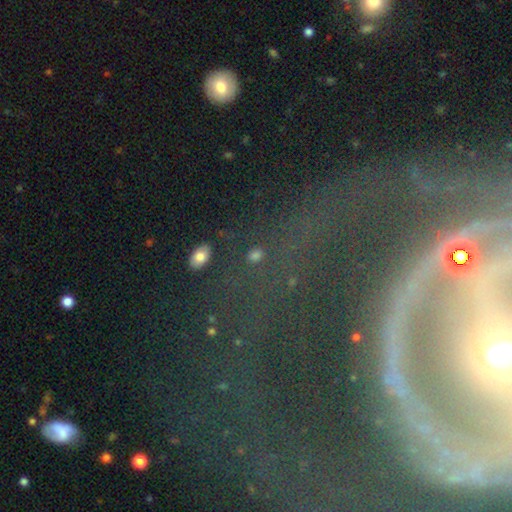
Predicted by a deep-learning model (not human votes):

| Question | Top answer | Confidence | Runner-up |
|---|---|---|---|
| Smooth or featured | smooth | 64% | star or artifact (24%) |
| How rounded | in between | 71% | round (24%) |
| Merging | none | 83% | minor disturbance (9%) |